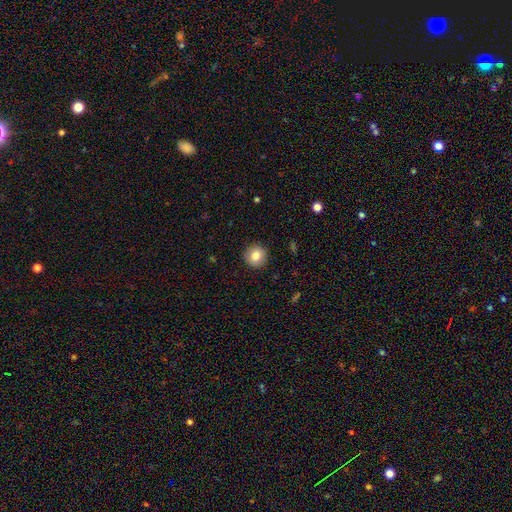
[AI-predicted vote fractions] A smooth galaxy with no disk features (84%) that is round (94%). Merging: none (92%).